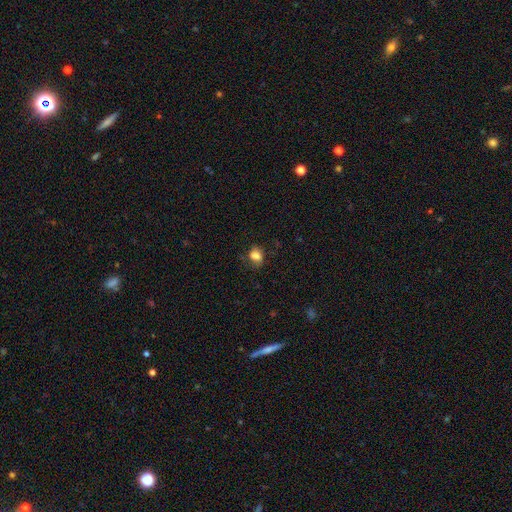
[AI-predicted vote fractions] Q: Smooth or featured?
A: smooth (81%); runner-up: star or artifact (11%)
Q: How rounded?
A: in between (59%); runner-up: round (40%)
Q: Merging?
A: none (66%); runner-up: minor disturbance (23%)